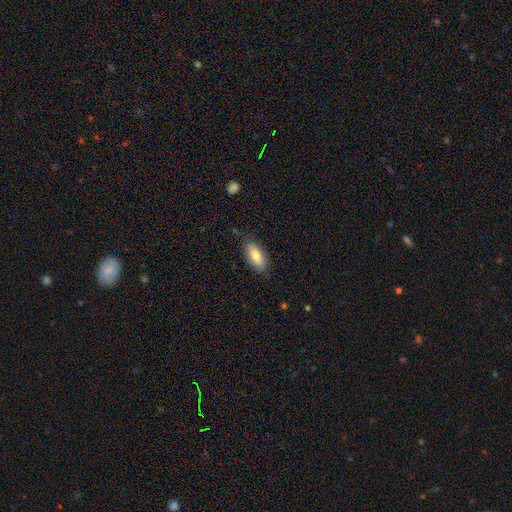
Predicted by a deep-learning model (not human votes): Smooth or featured: smooth — 76% (featured or disk — 17%)
How rounded: in between — 79% (cigar-shaped — 19%)
Merging: none — 80% (minor disturbance — 15%)